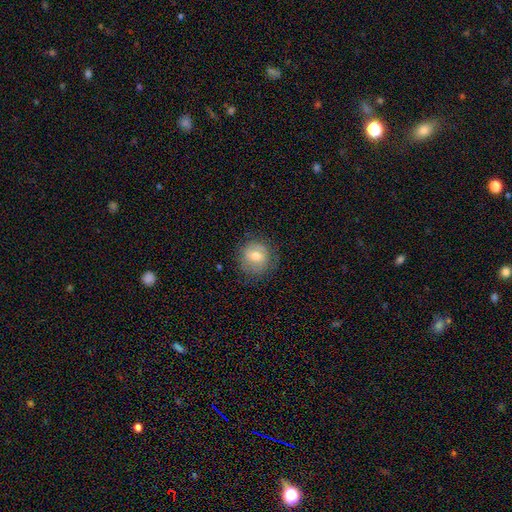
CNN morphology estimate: smooth_or_featured: smooth (p=0.62) [alt: featured or disk p=0.29]
how_rounded: round (p=0.88) [alt: in between p=0.11]
merging: none (p=0.75) [alt: minor disturbance p=0.17]